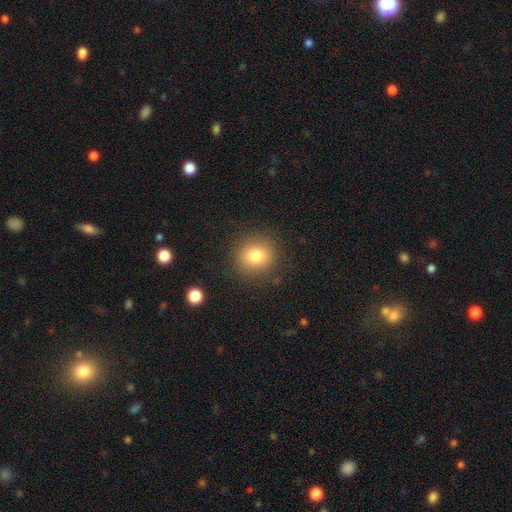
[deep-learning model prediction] Smooth or featured?
  - smooth: 79% *
  - star or artifact: 12%
  - featured or disk: 9%
How rounded?
  - round: 87% *
  - in between: 12%
  - cigar-shaped: 1%
Merging?
  - none: 88% *
  - minor disturbance: 7%
  - major disturbance: 3%
  - merger: 1%